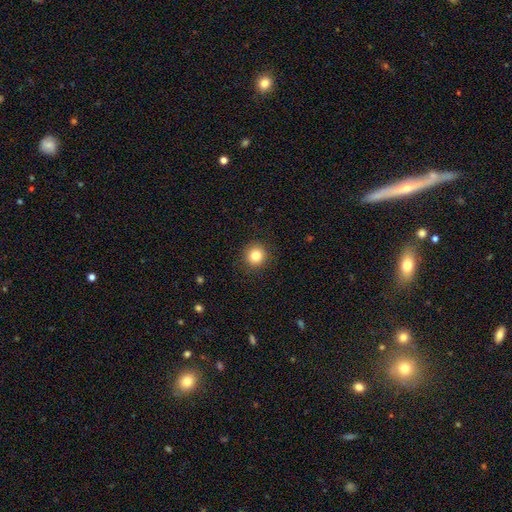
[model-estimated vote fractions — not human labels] This appears to be a smooth galaxy with no disk features (83%) that is round (93%). Merging: none (91%).